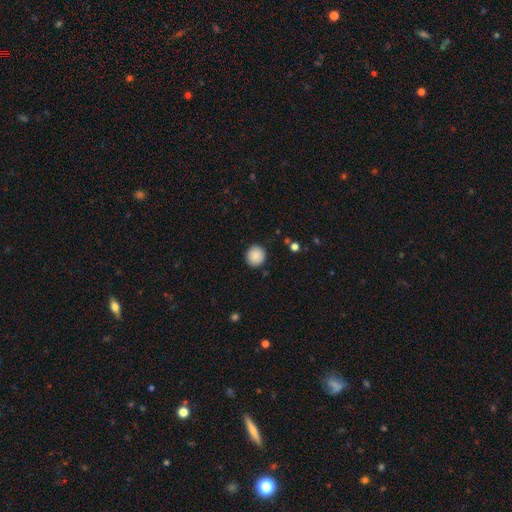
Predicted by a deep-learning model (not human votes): smooth 89%, star or artifact 8%, featured or disk 3%. Down the decision tree: how rounded — round (93%); merging — none (91%).